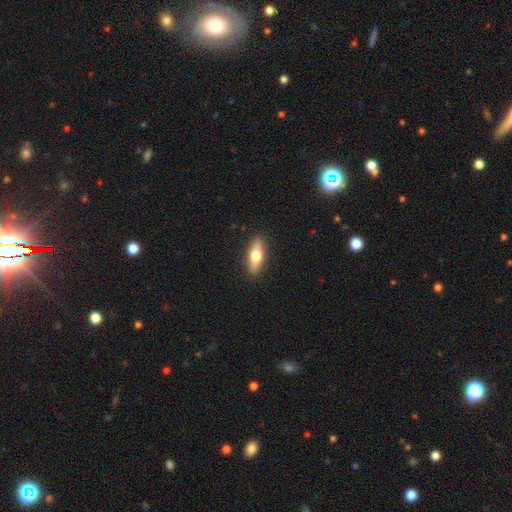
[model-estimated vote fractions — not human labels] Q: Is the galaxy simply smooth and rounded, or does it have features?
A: smooth — 67%.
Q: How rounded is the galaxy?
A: in between — 66%.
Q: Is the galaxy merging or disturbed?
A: none — 89%.